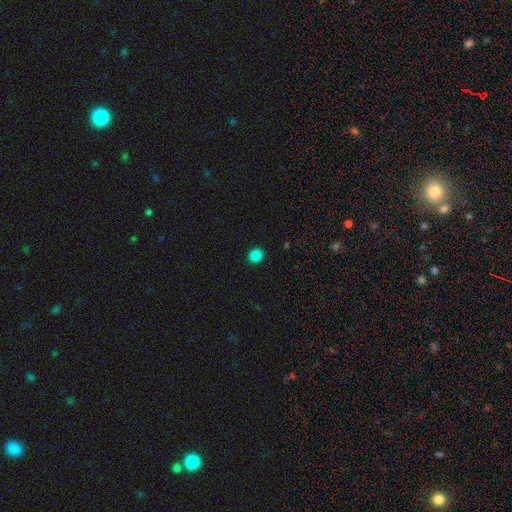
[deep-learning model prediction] The model was most divided on "how rounded": round: 80%, in between: 19%, cigar-shaped: 1%. More confident: merging — none (92%); smooth or featured — smooth (85%).